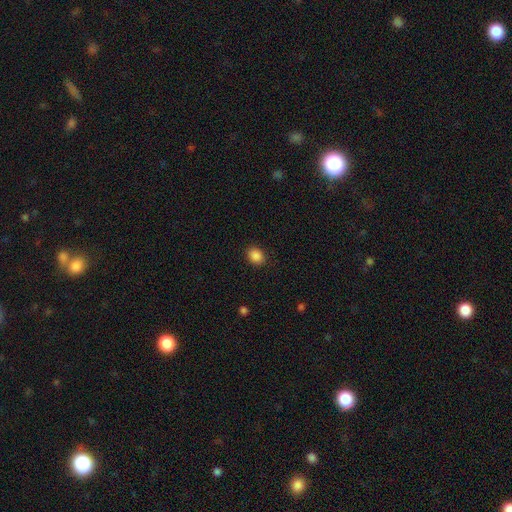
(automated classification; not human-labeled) This appears to be a smooth galaxy with no disk features (88%) that is round (51%). Merging: none (88%).